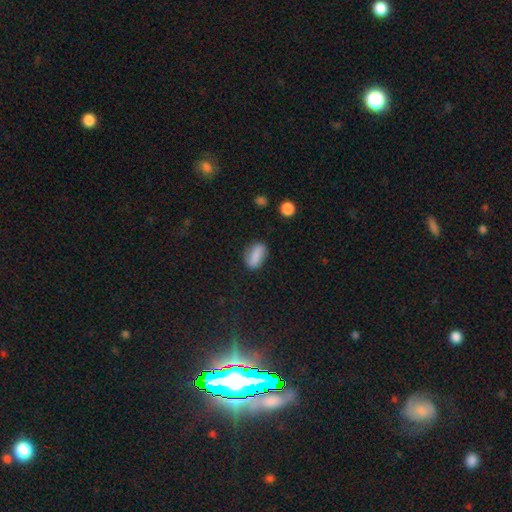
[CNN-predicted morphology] A smooth galaxy with no disk features (79%) that is in between round and cigar-shaped (84%).

Vote fractions:
- Smooth or featured? smooth: 79% / featured or disk: 12% / star or artifact: 8%
- How rounded? in between: 84% / round: 10% / cigar-shaped: 7%
- Merging? none: 73% / minor disturbance: 19% / major disturbance: 5% / merger: 2%